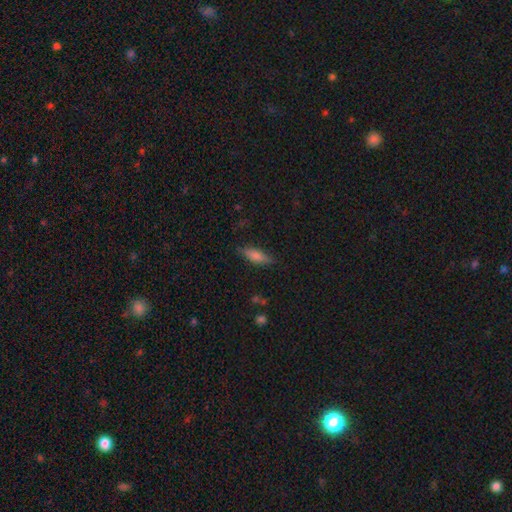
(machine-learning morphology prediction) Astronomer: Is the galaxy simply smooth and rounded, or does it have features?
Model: smooth — 70%.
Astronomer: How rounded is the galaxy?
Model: cigar-shaped — 49% (runner-up: in between, 48%).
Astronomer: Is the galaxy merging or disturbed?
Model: none — 80%.